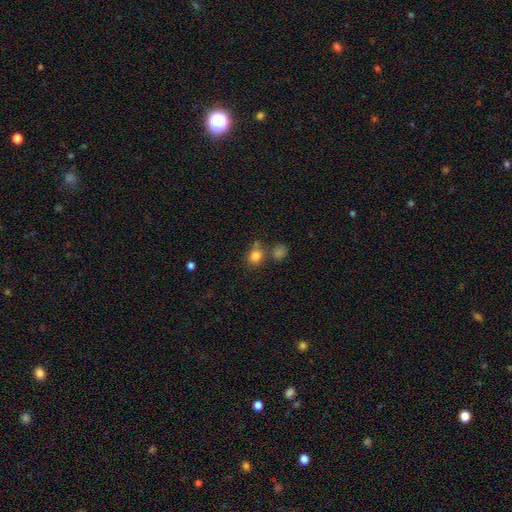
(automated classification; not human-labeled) A smooth galaxy with no disk features (81%) that is round (70%).

Vote fractions:
- Smooth or featured? smooth: 81% / star or artifact: 12% / featured or disk: 6%
- How rounded? round: 70% / in between: 29% / cigar-shaped: 1%
- Merging? none: 59% / merger: 22% / minor disturbance: 13% / major disturbance: 6%